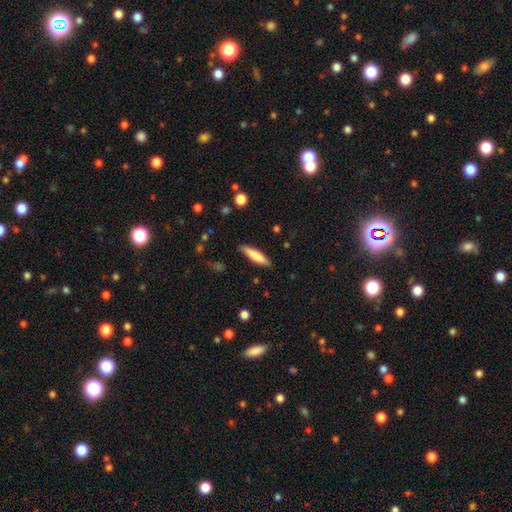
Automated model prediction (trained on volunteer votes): Overall: smooth (76%). How rounded: cigar-shaped (77%). Merging: none (86%).